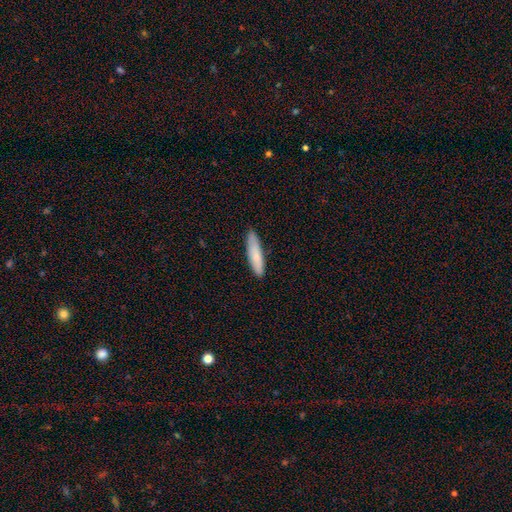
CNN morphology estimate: smooth 78%, featured or disk 17%, star or artifact 6%. Down the decision tree: how rounded — cigar-shaped (75%); merging — none (87%).